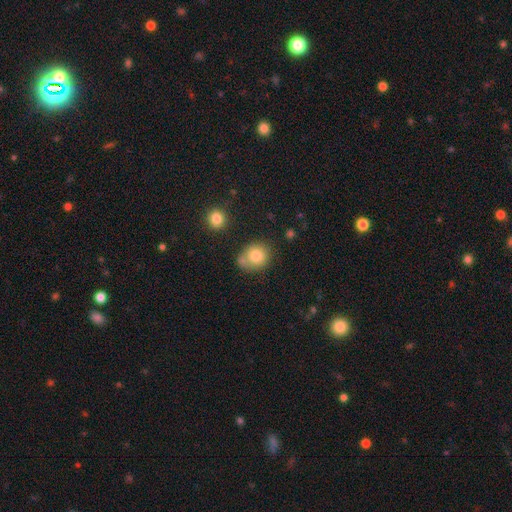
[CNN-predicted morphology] Smooth or featured? Predicted: smooth (p=0.80). How rounded? Predicted: round (p=0.68). Merging? Predicted: none (p=0.53).